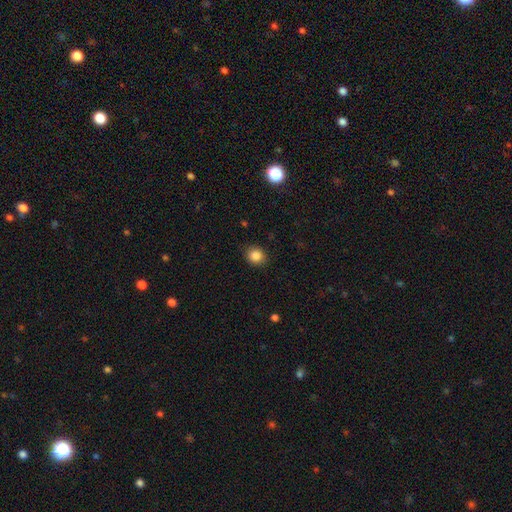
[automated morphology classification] A smooth galaxy with no disk features (85%) that is round (77%).

Vote fractions:
- Smooth or featured? smooth: 85% / star or artifact: 11% / featured or disk: 4%
- How rounded? round: 77% / in between: 22% / cigar-shaped: 1%
- Merging? none: 88% / minor disturbance: 9% / major disturbance: 2% / merger: 1%